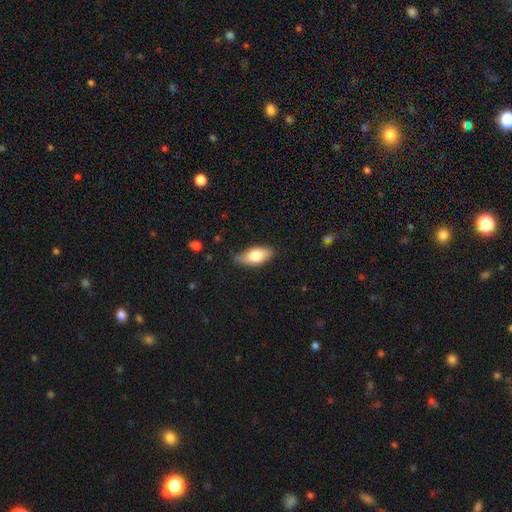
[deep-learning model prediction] Smooth or featured: smooth — 74% (featured or disk — 20%)
How rounded: in between — 87% (cigar-shaped — 11%)
Merging: none — 76% (minor disturbance — 19%)